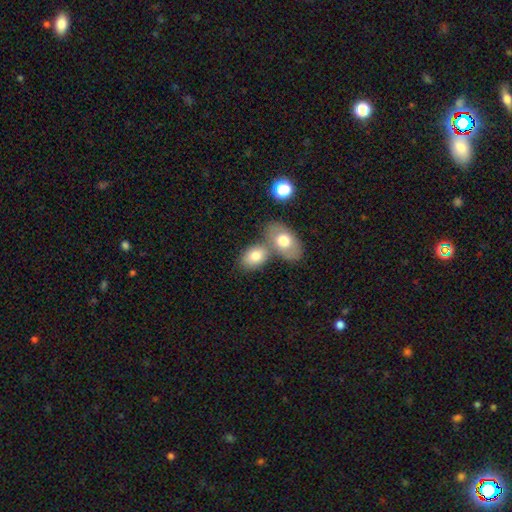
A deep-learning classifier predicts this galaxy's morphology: smooth_or_featured: smooth (p=0.74) [alt: featured or disk p=0.18]
how_rounded: in between (p=0.85) [alt: round p=0.14]
merging: none (p=0.43) [alt: merger p=0.42]